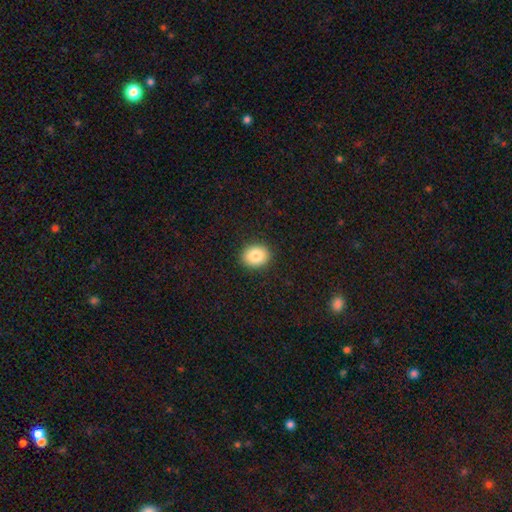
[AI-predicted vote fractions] A smooth galaxy with no disk features (83%) that is round (61%).

Vote fractions:
- Smooth or featured? smooth: 83% / star or artifact: 9% / featured or disk: 8%
- How rounded? round: 61% / in between: 38% / cigar-shaped: 1%
- Merging? none: 91% / minor disturbance: 6% / major disturbance: 2% / merger: 1%